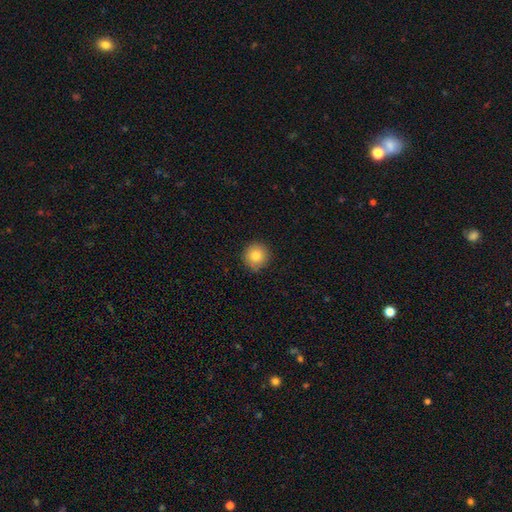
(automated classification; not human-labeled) This appears to be a smooth galaxy with no disk features (83%) that is round (95%). Merging: none (88%).